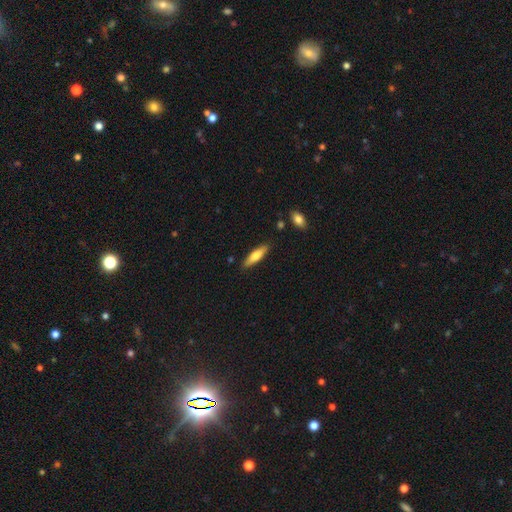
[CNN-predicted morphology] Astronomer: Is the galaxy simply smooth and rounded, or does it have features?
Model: smooth — 65%.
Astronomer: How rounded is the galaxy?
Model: cigar-shaped — 69%.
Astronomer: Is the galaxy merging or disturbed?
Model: none — 86%.